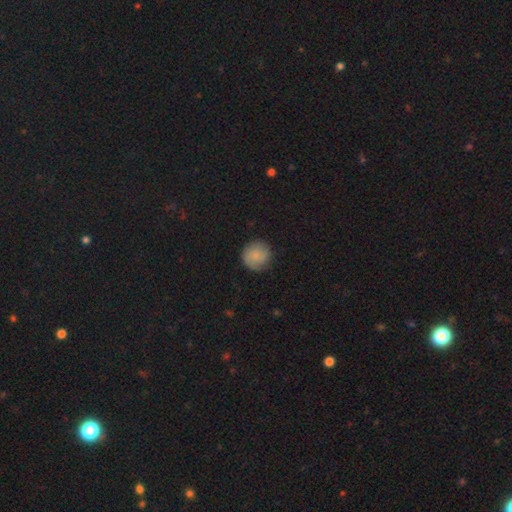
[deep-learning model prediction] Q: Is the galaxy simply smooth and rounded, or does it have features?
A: smooth — 75%.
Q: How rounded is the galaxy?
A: round — 92%.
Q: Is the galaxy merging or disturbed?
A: none — 84%.